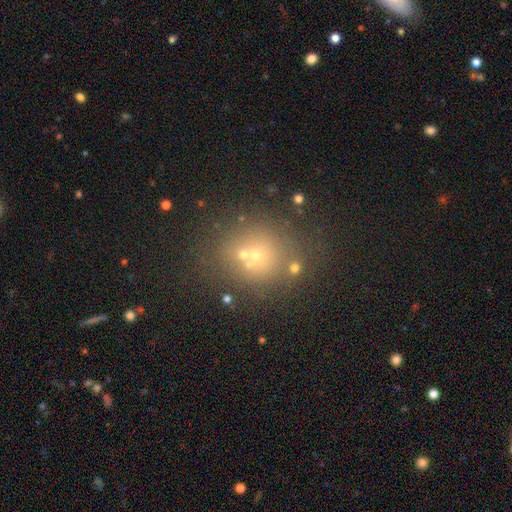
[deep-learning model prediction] This is possibly a smooth galaxy (52%). How rounded: clearly round (82%). Merging: likely none (62%).